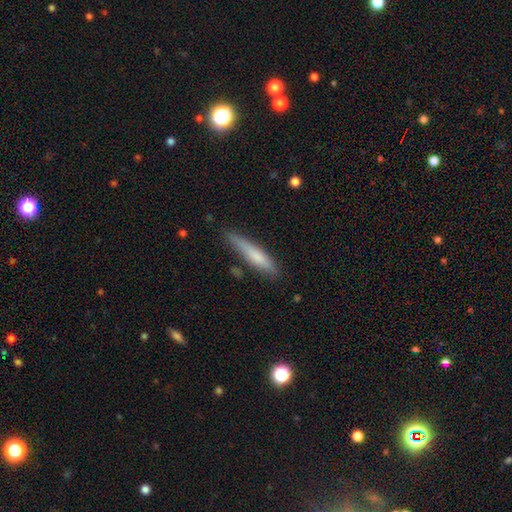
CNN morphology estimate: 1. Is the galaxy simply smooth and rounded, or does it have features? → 67% smooth, 27% featured or disk, 6% star or artifact.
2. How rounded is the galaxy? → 90% cigar-shaped, 9% in between, 1% round.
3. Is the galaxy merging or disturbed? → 75% none, 19% minor disturbance, 4% major disturbance, 3% merger.